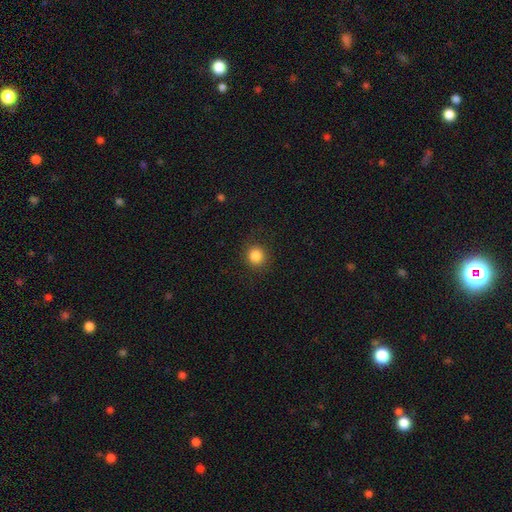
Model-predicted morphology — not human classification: This appears to be a smooth galaxy with no disk features (85%) that is round (89%). Merging: none (88%).